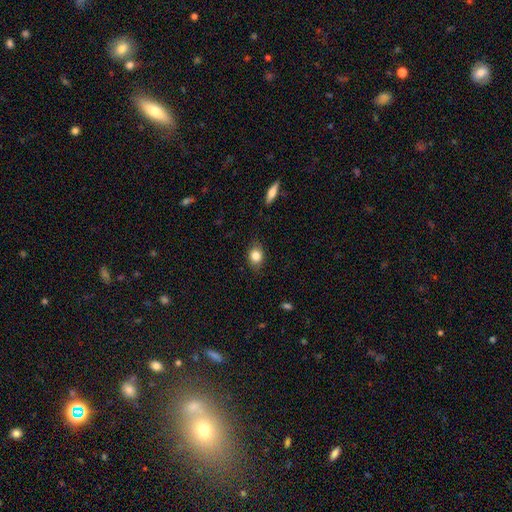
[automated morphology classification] Smooth or featured? smooth (83%)
How rounded? in between (56%)
Merging? none (81%)